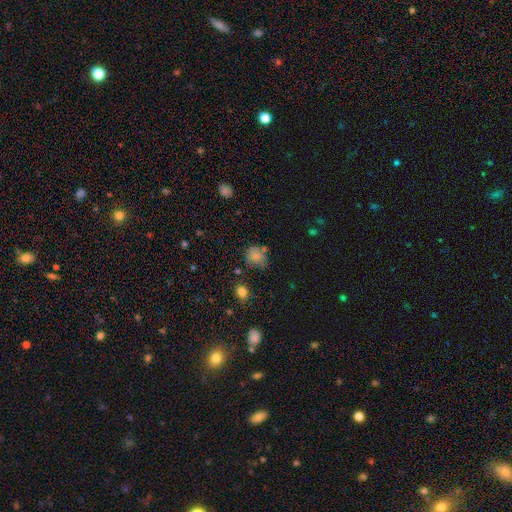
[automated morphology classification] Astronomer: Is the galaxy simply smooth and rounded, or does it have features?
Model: smooth — 75%.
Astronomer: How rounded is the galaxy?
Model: round — 76%.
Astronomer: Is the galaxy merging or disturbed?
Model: none — 60%.